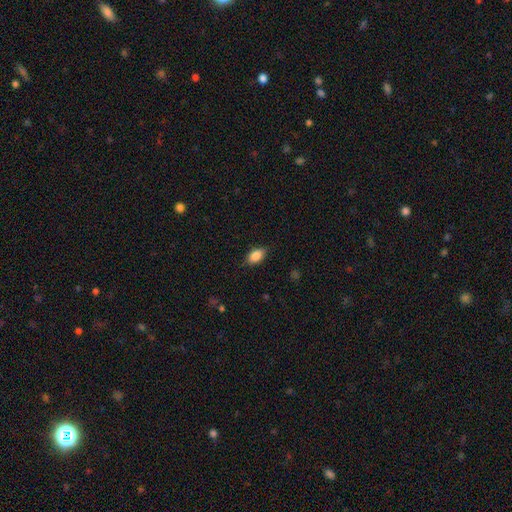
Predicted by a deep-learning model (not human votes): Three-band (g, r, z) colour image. It shows a smooth galaxy with no disk features (85%) that is in between round and cigar-shaped (89%). Merging: none (82%).